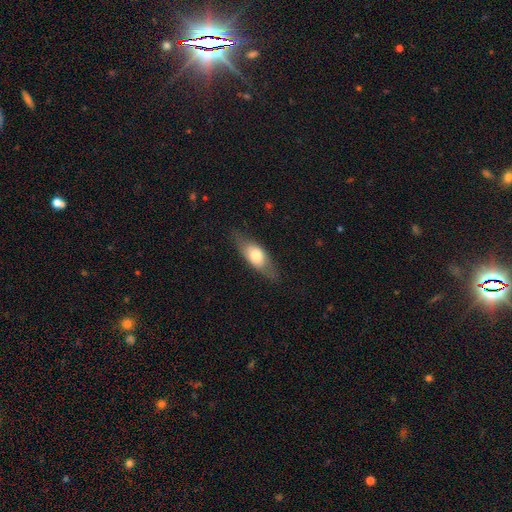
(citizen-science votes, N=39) smooth_or_featured: smooth (p=0.59) [alt: featured or disk p=0.38]
how_rounded: in between (p=0.70) [alt: cigar-shaped p=0.17]
merging: none (p=0.82) [alt: minor disturbance p=0.13]